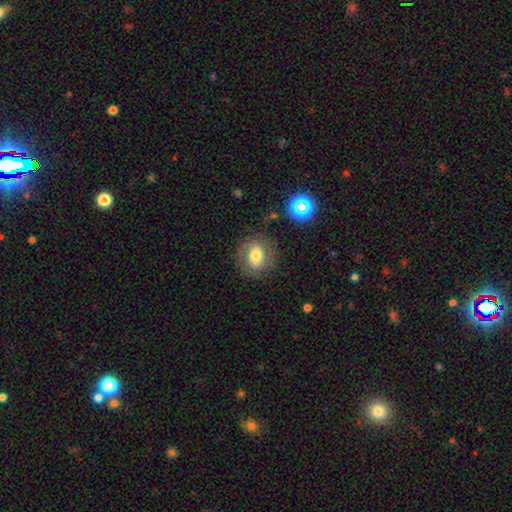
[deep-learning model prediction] A smooth galaxy with no disk features (64%) that is round (59%). Merging: none (80%).